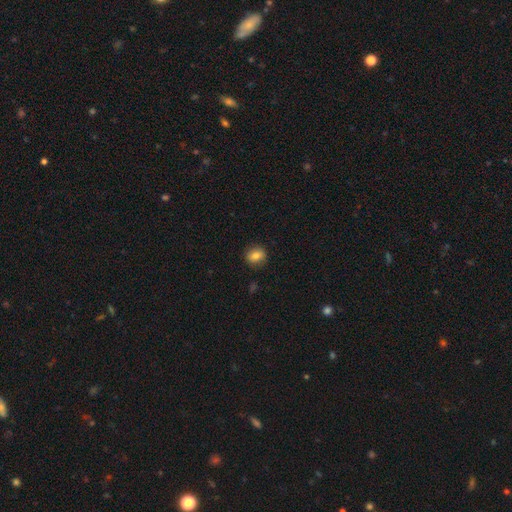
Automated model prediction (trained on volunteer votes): smooth_or_featured: smooth (p=0.80) [alt: featured or disk p=0.10]
how_rounded: round (p=0.68) [alt: in between p=0.30]
merging: none (p=0.87) [alt: minor disturbance p=0.09]